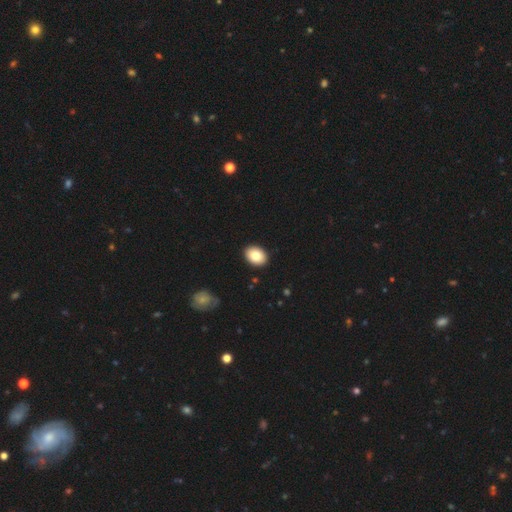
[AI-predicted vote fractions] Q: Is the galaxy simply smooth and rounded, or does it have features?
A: smooth — 83%.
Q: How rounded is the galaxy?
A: in between — 71%.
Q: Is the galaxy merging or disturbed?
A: none — 91%.